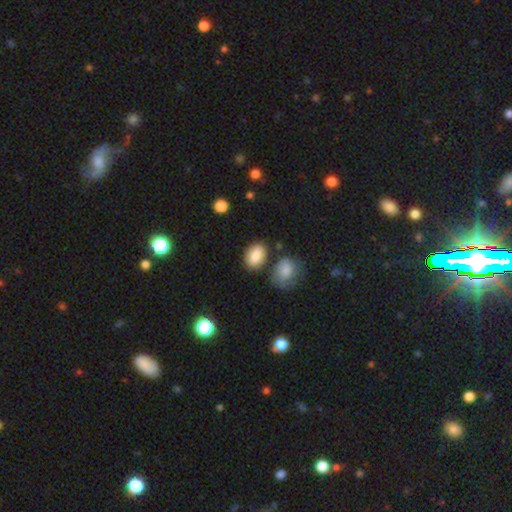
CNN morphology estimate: Smooth or featured?
  - smooth: 86% *
  - star or artifact: 7%
  - featured or disk: 7%
How rounded?
  - in between: 83% *
  - round: 16%
  - cigar-shaped: 1%
Merging?
  - none: 73% *
  - minor disturbance: 15%
  - merger: 9%
  - major disturbance: 4%